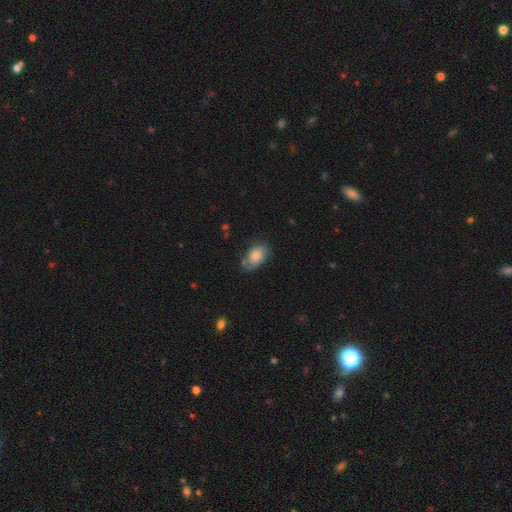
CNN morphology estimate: smooth_or_featured: smooth (p=0.77) [alt: featured or disk p=0.16]
how_rounded: in between (p=0.88) [alt: round p=0.11]
merging: none (p=0.60) [alt: minor disturbance p=0.28]